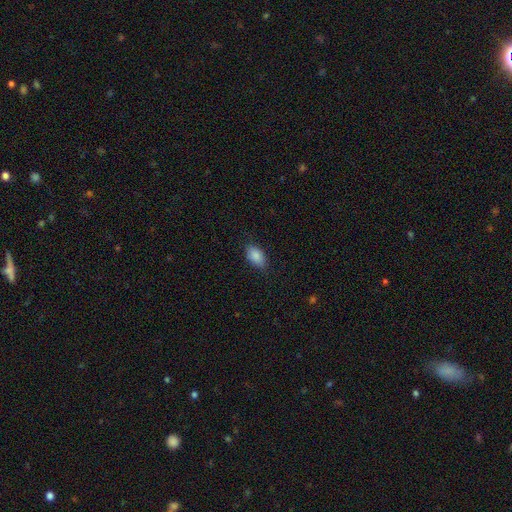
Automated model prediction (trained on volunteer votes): This appears to be a smooth galaxy with no disk features (87%) that is in between round and cigar-shaped (92%). Merging: none (82%).